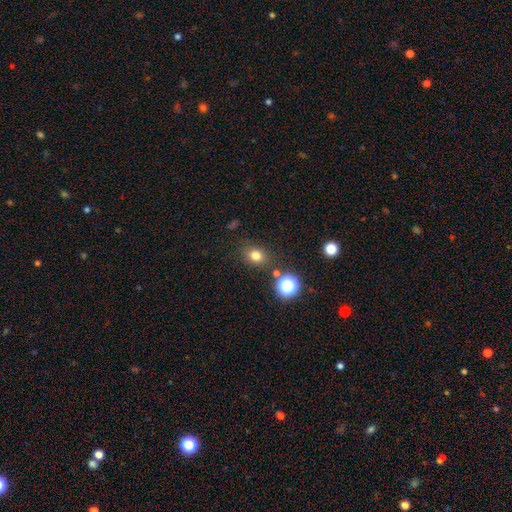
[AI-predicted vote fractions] smooth 76%, star or artifact 16%, featured or disk 7%. Down the decision tree: how rounded — round (53%); merging — none (80%).